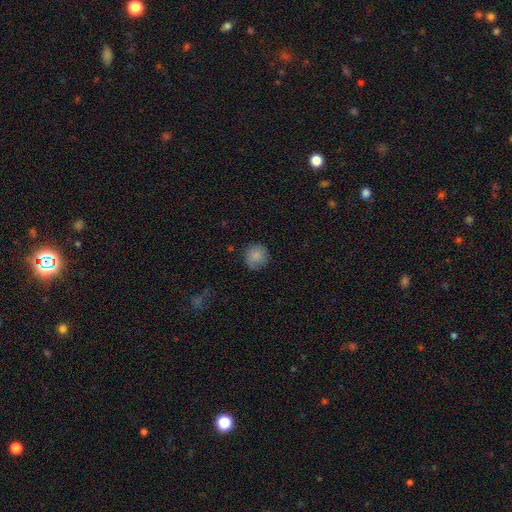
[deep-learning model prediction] smooth-or-featured: smooth: 84% | star or artifact: 8% | featured or disk: 8%
  how-rounded: round: 91% | in between: 8% | cigar-shaped: 1%
  merging: none: 80% | minor disturbance: 15% | major disturbance: 4% | merger: 1%